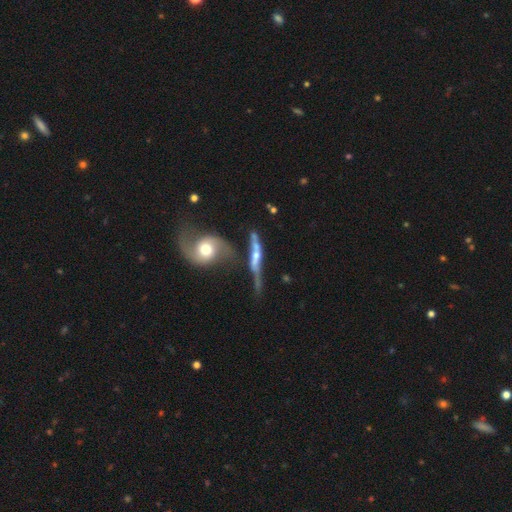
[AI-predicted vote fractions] featured or disk 72%, smooth 20%, star or artifact 8%. Down the decision tree: edge-on disk — yes (53%); merging — merger (33%).